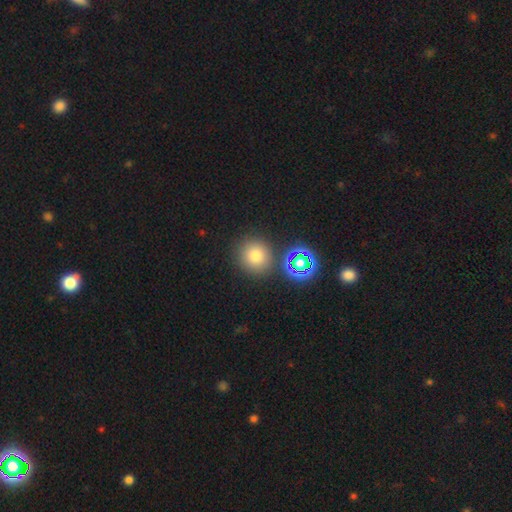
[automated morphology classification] smooth_or_featured: smooth (p=0.74) [alt: star or artifact p=0.19]
how_rounded: round (p=0.90) [alt: in between p=0.09]
merging: none (p=0.82) [alt: merger p=0.08]